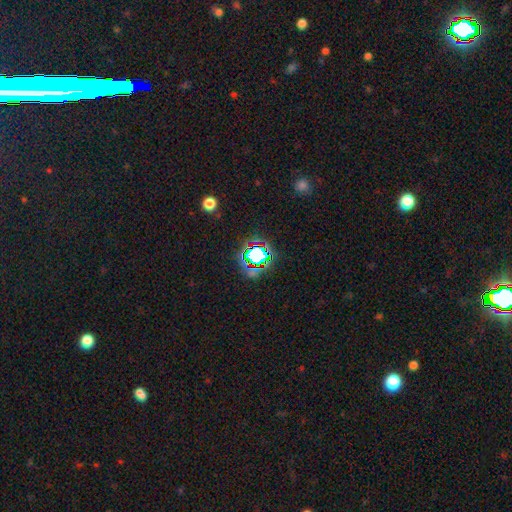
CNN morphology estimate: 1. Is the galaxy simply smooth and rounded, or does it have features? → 59% star or artifact, 28% smooth, 13% featured or disk.